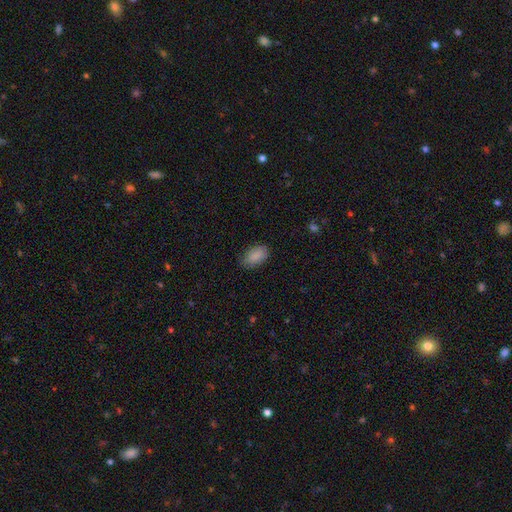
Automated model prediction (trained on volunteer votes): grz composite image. It shows a smooth galaxy with no disk features (89%) that is in between round and cigar-shaped (93%). Merging: none (82%).